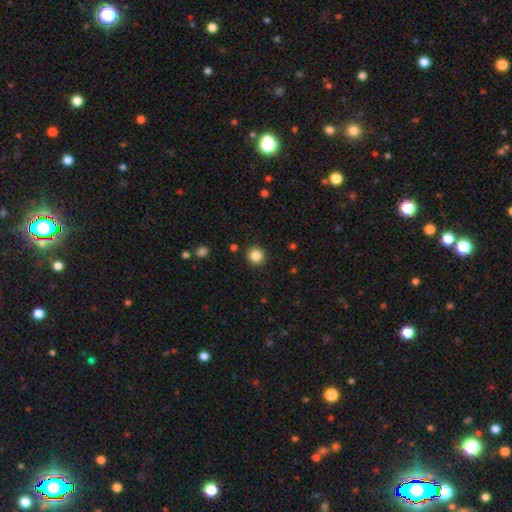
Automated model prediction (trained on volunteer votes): This appears to be a smooth galaxy with no disk features (85%) that is round (92%). Merging: none (91%).